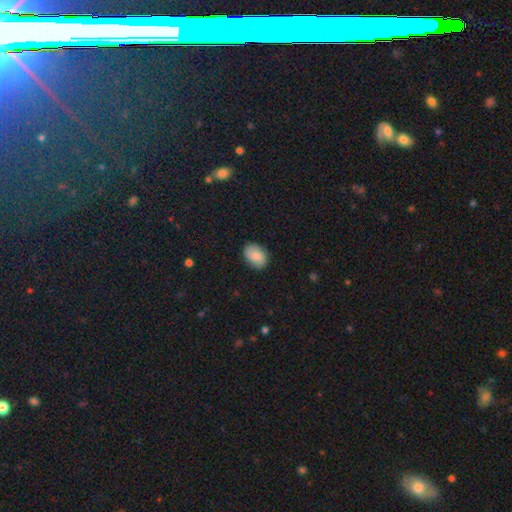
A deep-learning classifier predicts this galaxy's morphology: smooth_or_featured: smooth (p=0.77) [alt: featured or disk p=0.15]
how_rounded: in between (p=0.71) [alt: round p=0.28]
merging: none (p=0.84) [alt: minor disturbance p=0.12]